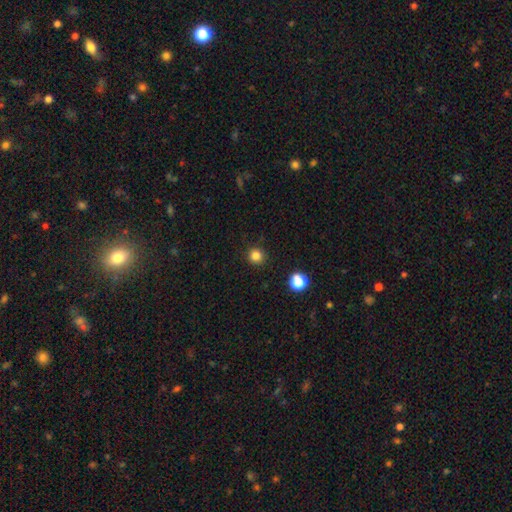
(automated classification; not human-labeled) Morphology: type=smooth (83%); roundness=round (95%); merging=none (92%).